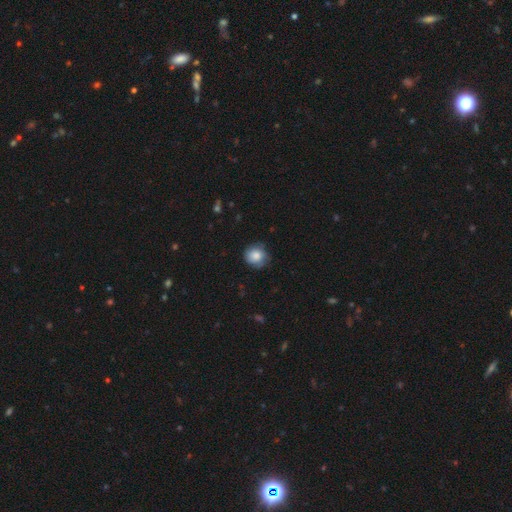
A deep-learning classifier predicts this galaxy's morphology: smooth-or-featured: smooth: 79% | featured or disk: 13% | star or artifact: 8%
  how-rounded: round: 88% | in between: 11% | cigar-shaped: 1%
  merging: none: 74% | minor disturbance: 20% | major disturbance: 5% | merger: 1%